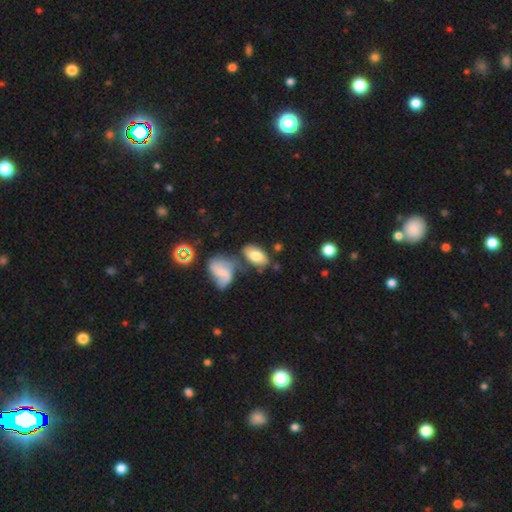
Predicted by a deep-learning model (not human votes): smooth_or_featured: smooth (p=0.70) [alt: featured or disk p=0.22]
how_rounded: in between (p=0.92) [alt: round p=0.06]
merging: none (p=0.52) [alt: merger p=0.22]